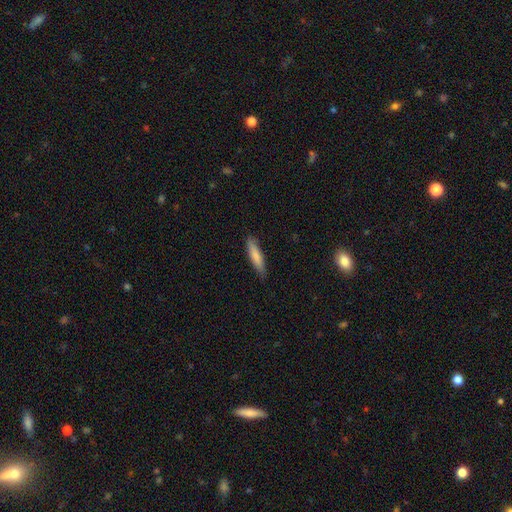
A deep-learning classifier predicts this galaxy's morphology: A smooth galaxy with no disk features (81%) that is cigar-shaped (79%). Merging: none (83%).